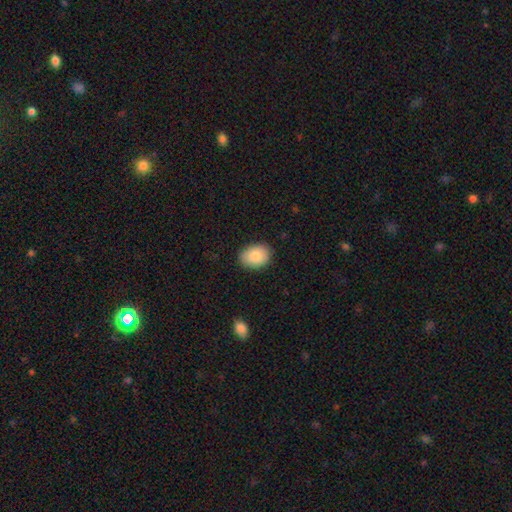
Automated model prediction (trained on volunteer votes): This appears to be a smooth galaxy with no disk features (86%) that is in between round and cigar-shaped (75%). Merging: none (86%).